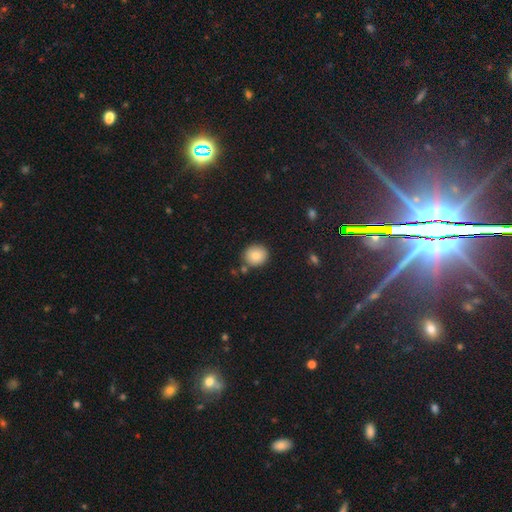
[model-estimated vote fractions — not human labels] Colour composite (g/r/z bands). It shows a smooth galaxy with no disk features (84%) that is round (86%). Merging: none (82%).